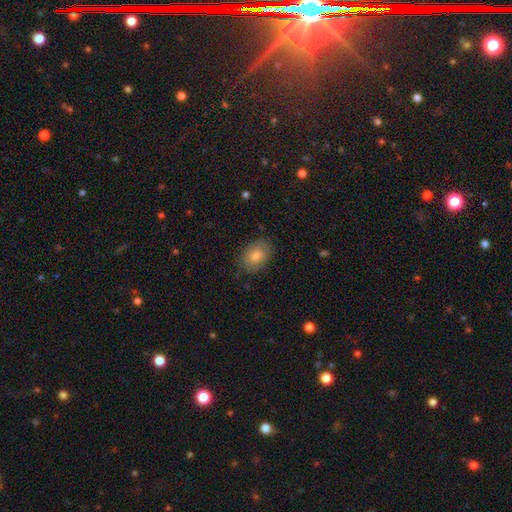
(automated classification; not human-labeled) Smooth or featured: smooth — 76% (featured or disk — 15%)
How rounded: in between — 77% (round — 22%)
Merging: none — 84% (minor disturbance — 12%)